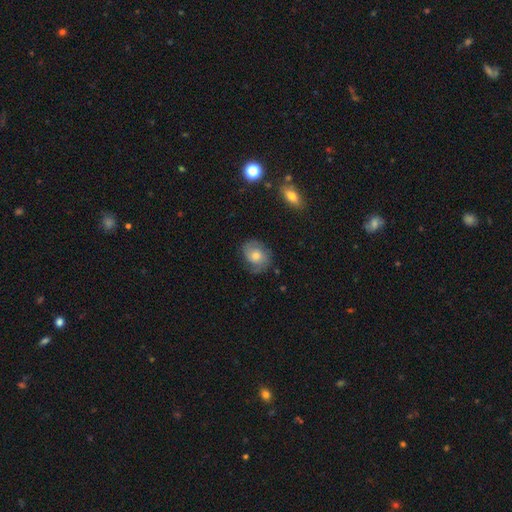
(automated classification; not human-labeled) A featured or disk galaxy (60%) with no bar (71%), 2 (78%) medium (44%) spiral arms (89%) and a moderate central bulge (61%).

Vote fractions:
- Smooth or featured? featured or disk: 60% / smooth: 32% / star or artifact: 8%
- Edge-on disk? no: 97% / yes: 3%
- Bar? no: 71% / weak: 25% / strong: 4%
- Spiral arms? yes: 89% / no: 11%
- Spiral winding? medium: 44% / tight: 38% / loose: 18%
- Spiral arm count? 2: 78% / can't tell: 11% / 1: 5% / 3: 3% / 4: 1% / more than 4: 1%
- Bulge size? moderate: 61% / small: 23% / large: 12% / none: 3% / dominant: 2%
- Merging? none: 73% / minor disturbance: 19% / major disturbance: 7% / merger: 1%